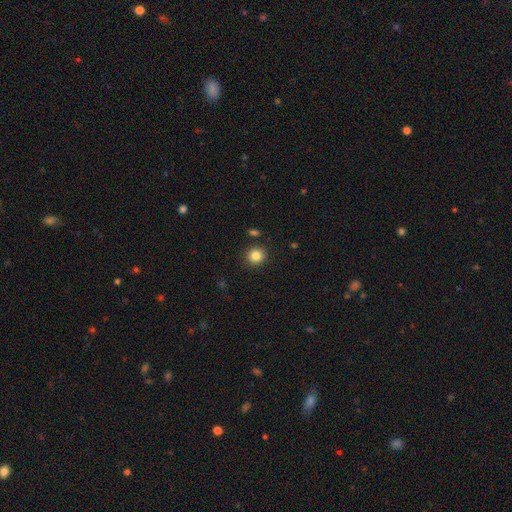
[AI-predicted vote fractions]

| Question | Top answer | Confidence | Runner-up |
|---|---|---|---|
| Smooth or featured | smooth | 83% | star or artifact (11%) |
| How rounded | round | 90% | in between (9%) |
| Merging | none | 90% | minor disturbance (6%) |